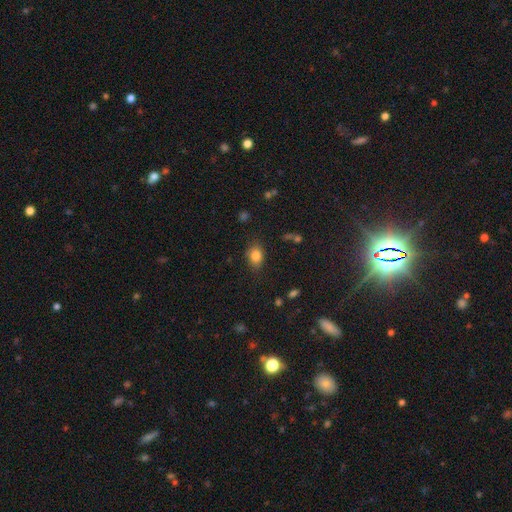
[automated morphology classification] Q: Smooth or featured?
A: smooth (82%); runner-up: star or artifact (10%)
Q: How rounded?
A: in between (71%); runner-up: round (28%)
Q: Merging?
A: none (79%); runner-up: minor disturbance (16%)